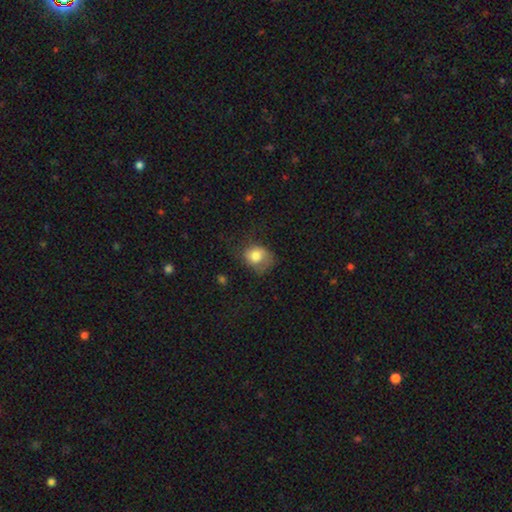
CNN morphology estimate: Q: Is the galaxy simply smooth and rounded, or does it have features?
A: smooth — 74%.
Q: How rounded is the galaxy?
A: round — 53%.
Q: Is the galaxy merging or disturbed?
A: none — 42%.